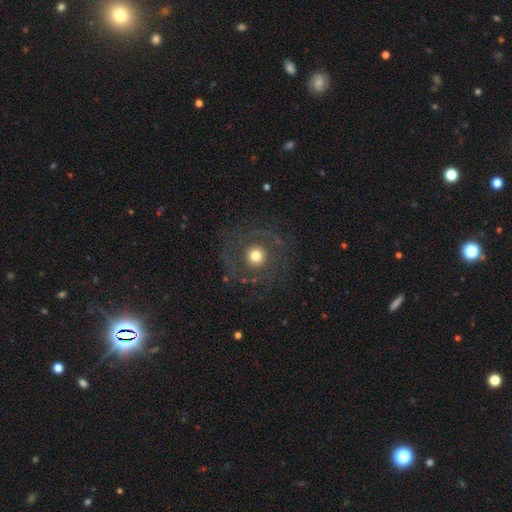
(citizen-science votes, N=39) A featured or disk galaxy (56%) with no bar (86%), 2 (46%) tight (38%, tied with medium) spiral arms (59%) and a moderate central bulge (59%).

Vote fractions:
- Smooth or featured? featured or disk: 56% / smooth: 38% / star or artifact: 5%
- Edge-on disk? no: 100% / yes: 0%
- Bar? no: 86% / weak: 9% / strong: 5%
- Spiral arms? yes: 59% / no: 41%
- Spiral winding? tight: 38% (tied) / medium: 38% (tied) / loose: 23%
- Spiral arm count? 2: 46% / can't tell: 38% / 3: 8% / 4: 8% / 1: 0% / more than 4: 0%
- Bulge size? moderate: 59% / large: 18% / small: 14% / dominant: 5% / none: 5%
- Merging? none: 59% / minor disturbance: 27% / major disturbance: 14% / merger: 0%